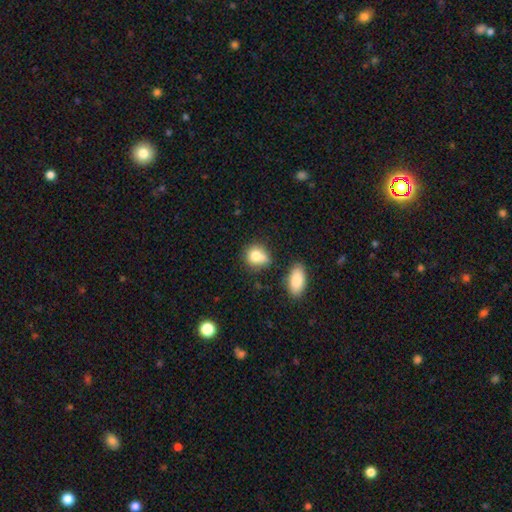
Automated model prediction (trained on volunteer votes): Smooth or featured?
  - smooth: 79% *
  - featured or disk: 11%
  - star or artifact: 10%
How rounded?
  - round: 63% *
  - in between: 35%
  - cigar-shaped: 2%
Merging?
  - none: 53% *
  - merger: 21%
  - minor disturbance: 20%
  - major disturbance: 7%